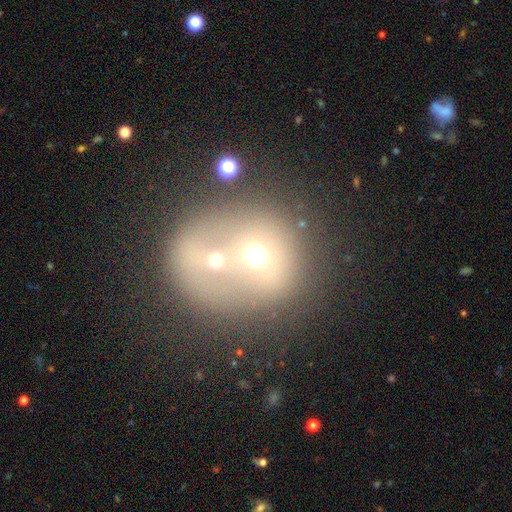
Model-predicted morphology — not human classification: This is possibly a smooth galaxy (51%). How rounded: likely round (80%). Merging: likely merger (68%).